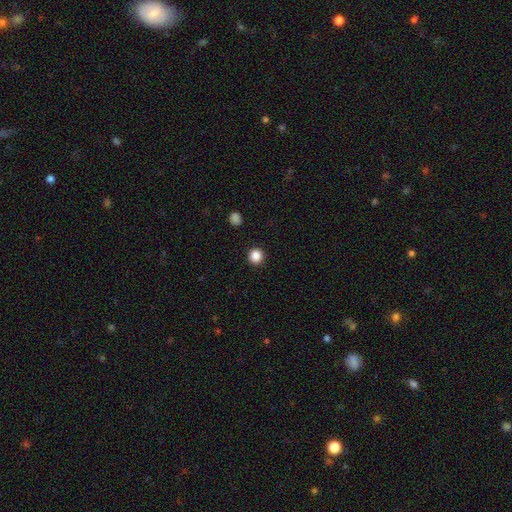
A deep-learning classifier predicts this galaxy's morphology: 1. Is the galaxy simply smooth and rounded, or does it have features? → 87% smooth, 10% star or artifact, 3% featured or disk.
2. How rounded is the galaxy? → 94% round, 5% in between, 1% cigar-shaped.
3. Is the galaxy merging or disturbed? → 92% none, 5% minor disturbance, 2% major disturbance, 1% merger.